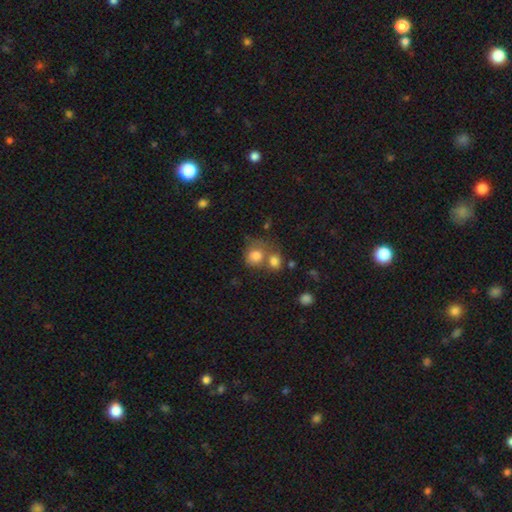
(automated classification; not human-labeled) Morphology: type=smooth (79%); roundness=round (70%); merging=merger (44%).